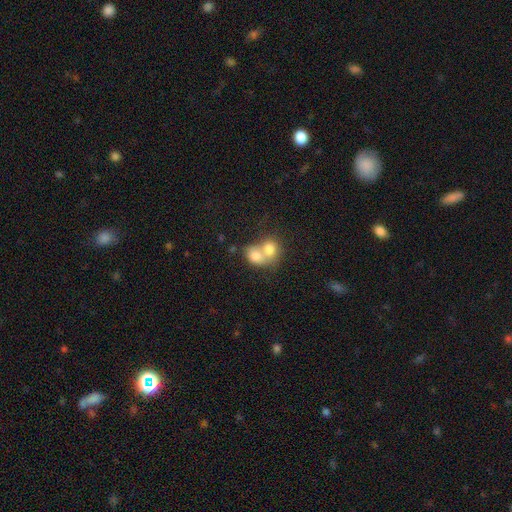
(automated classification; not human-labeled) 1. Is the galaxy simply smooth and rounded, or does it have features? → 75% smooth, 16% featured or disk, 8% star or artifact.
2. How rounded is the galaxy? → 54% round, 45% in between, 1% cigar-shaped.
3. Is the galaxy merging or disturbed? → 76% merger, 16% none, 5% minor disturbance, 3% major disturbance.